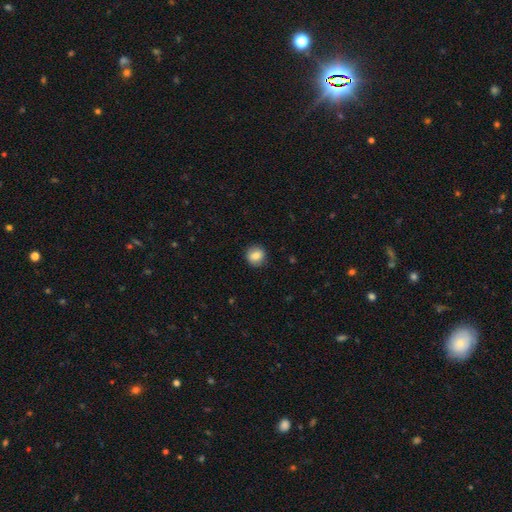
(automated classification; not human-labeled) Morphology: type=smooth (81%); roundness=round (86%); merging=none (88%).